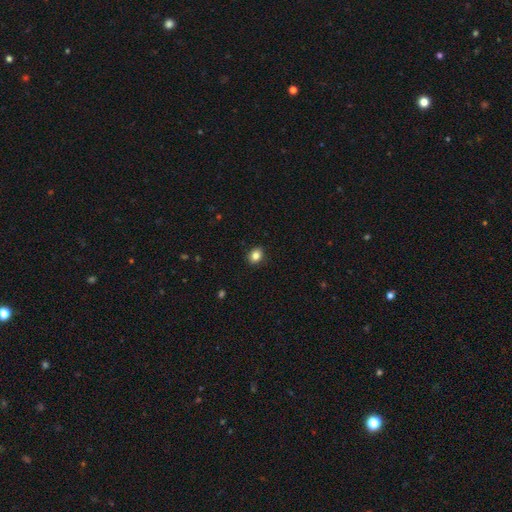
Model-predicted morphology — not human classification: smooth-or-featured: smooth: 84% | star or artifact: 10% | featured or disk: 6%
  how-rounded: round: 52% | in between: 47% | cigar-shaped: 1%
  merging: none: 90% | minor disturbance: 7% | major disturbance: 2% | merger: 1%